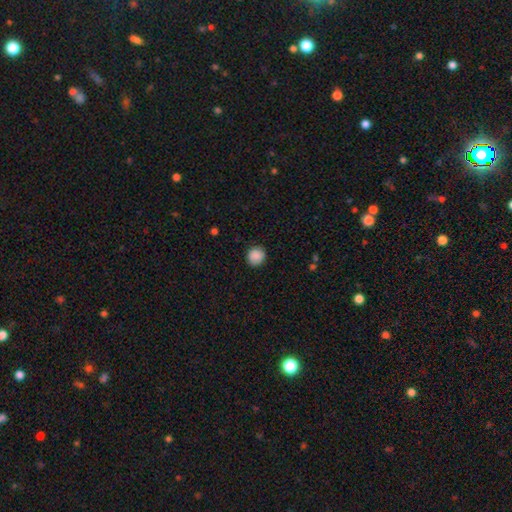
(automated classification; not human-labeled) Smooth or featured?
  - smooth: 89% *
  - star or artifact: 8%
  - featured or disk: 3%
How rounded?
  - round: 90% *
  - in between: 9%
  - cigar-shaped: 1%
Merging?
  - none: 90% *
  - minor disturbance: 7%
  - major disturbance: 2%
  - merger: 1%